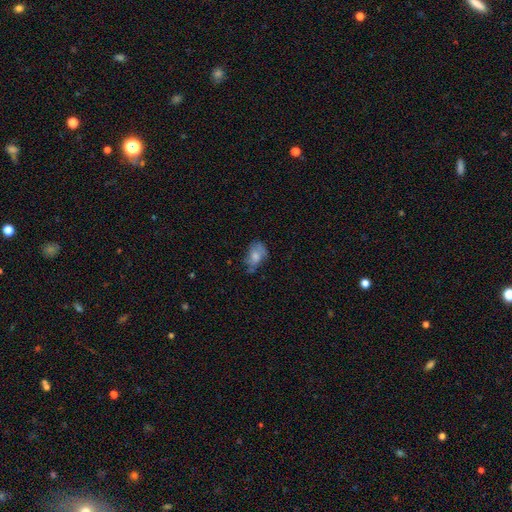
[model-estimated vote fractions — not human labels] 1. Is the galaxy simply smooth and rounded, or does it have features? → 64% smooth, 26% featured or disk, 10% star or artifact.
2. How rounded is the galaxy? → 86% in between, 12% round, 2% cigar-shaped.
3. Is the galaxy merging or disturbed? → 43% none, 34% minor disturbance, 19% major disturbance, 4% merger.